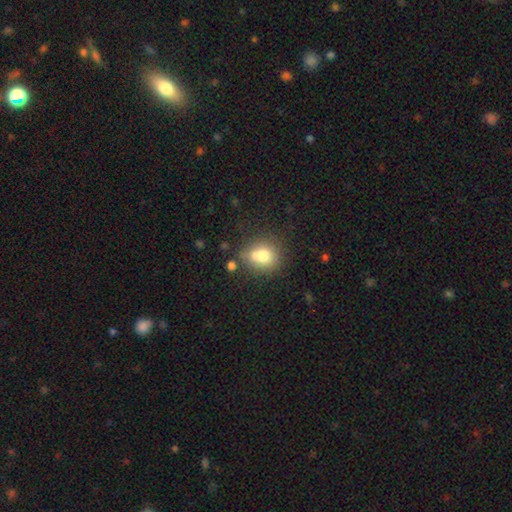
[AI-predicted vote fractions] Overall: smooth (73%). How rounded: round (67%; in between 31%). Merging: none (50%; merger 25%).